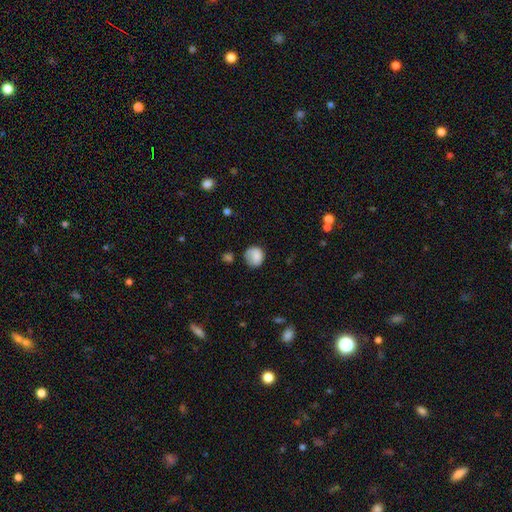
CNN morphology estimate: This is clearly a smooth galaxy (82%). How rounded: clearly round (81%). Merging: likely none (66%).